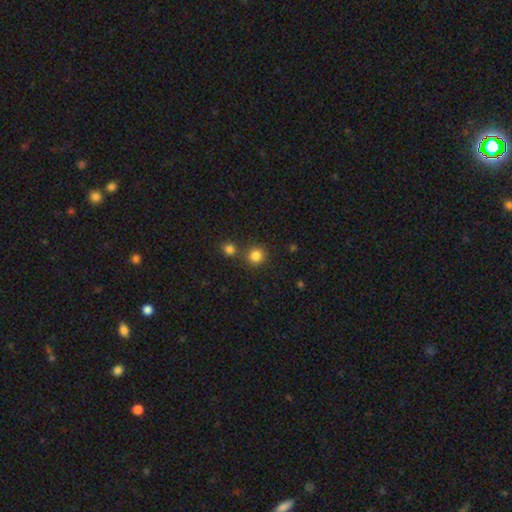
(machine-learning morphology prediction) Smooth or featured?
  - smooth: 82% *
  - star or artifact: 12%
  - featured or disk: 5%
How rounded?
  - round: 91% *
  - in between: 8%
  - cigar-shaped: 1%
Merging?
  - none: 74% *
  - merger: 16%
  - minor disturbance: 7%
  - major disturbance: 3%